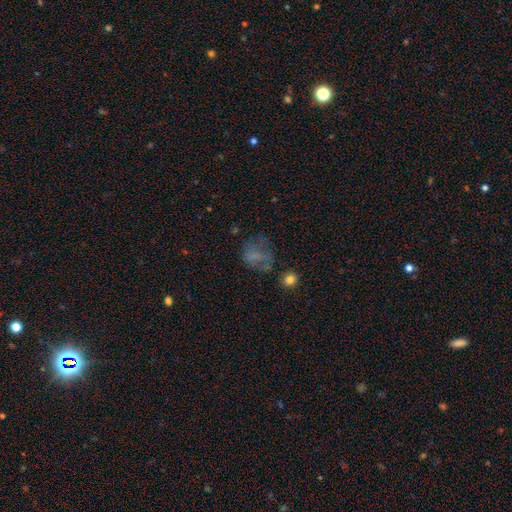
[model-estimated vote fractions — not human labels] smooth 54%, featured or disk 26%, star or artifact 20%. Down the decision tree: how rounded — round (54%); merging — none (48%).